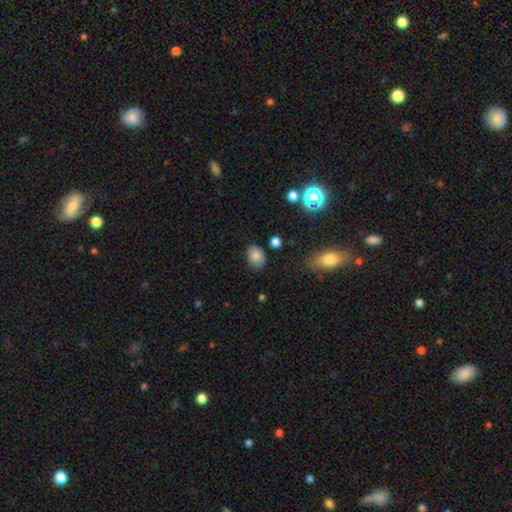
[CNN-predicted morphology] This is clearly a smooth galaxy (82%). How rounded: likely in between (68%). Merging: likely none (77%).